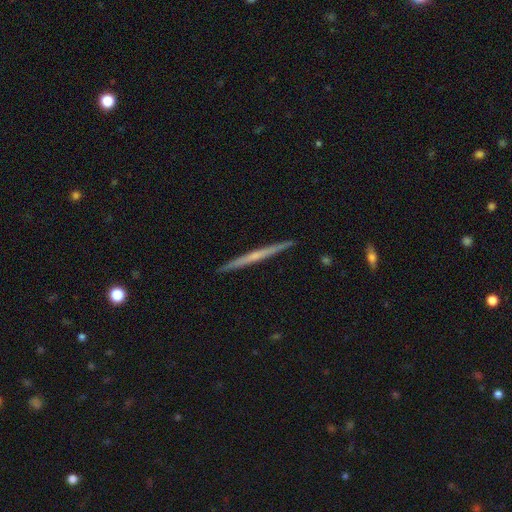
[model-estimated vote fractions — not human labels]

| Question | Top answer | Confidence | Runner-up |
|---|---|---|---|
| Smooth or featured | featured or disk | 66% | smooth (29%) |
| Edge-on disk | yes | 98% | no (2%) |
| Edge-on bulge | none | 62% | rounded (33%) |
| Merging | none | 92% | minor disturbance (5%) |